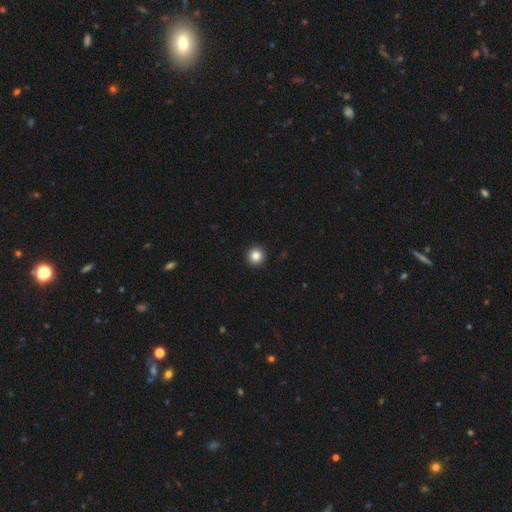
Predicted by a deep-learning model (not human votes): Smooth or featured? smooth (85%)
How rounded? round (96%)
Merging? none (94%)